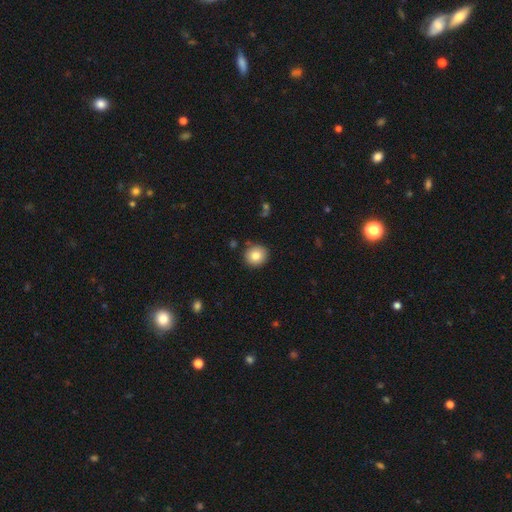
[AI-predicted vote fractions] Overall: smooth (81%). How rounded: round (88%). Merging: none (89%).